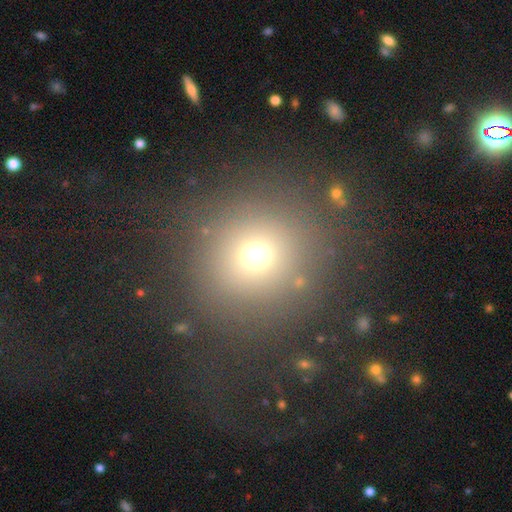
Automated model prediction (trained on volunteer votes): This is likely a smooth galaxy (68%). How rounded: clearly round (93%). Merging: clearly none (83%).